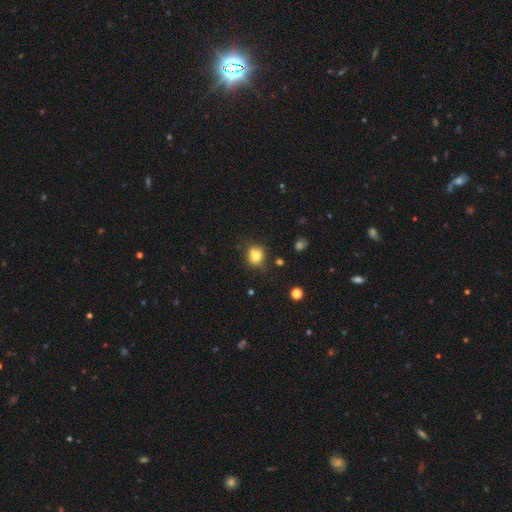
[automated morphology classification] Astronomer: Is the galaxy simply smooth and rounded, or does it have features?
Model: smooth — 76%.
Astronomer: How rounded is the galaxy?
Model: round — 80%.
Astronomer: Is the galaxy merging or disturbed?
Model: none — 69%.